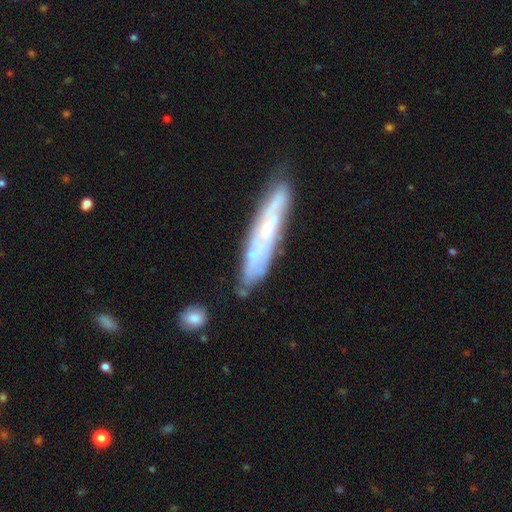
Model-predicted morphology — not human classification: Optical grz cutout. It shows a featured or disk galaxy (55%). Merging: none (69%).